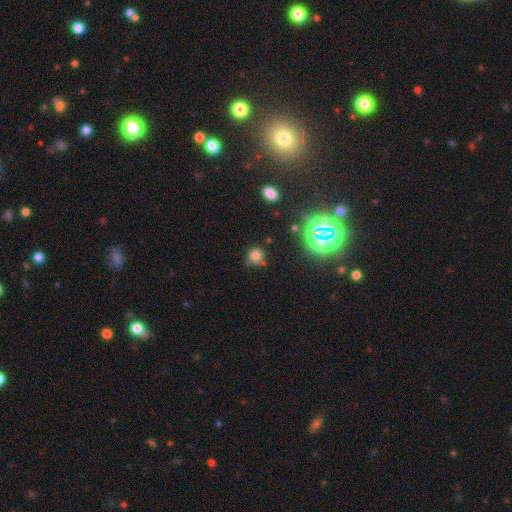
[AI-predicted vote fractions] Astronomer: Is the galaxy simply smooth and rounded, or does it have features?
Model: smooth — 71%.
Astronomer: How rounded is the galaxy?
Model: round — 87%.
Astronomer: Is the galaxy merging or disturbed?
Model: none — 73%.